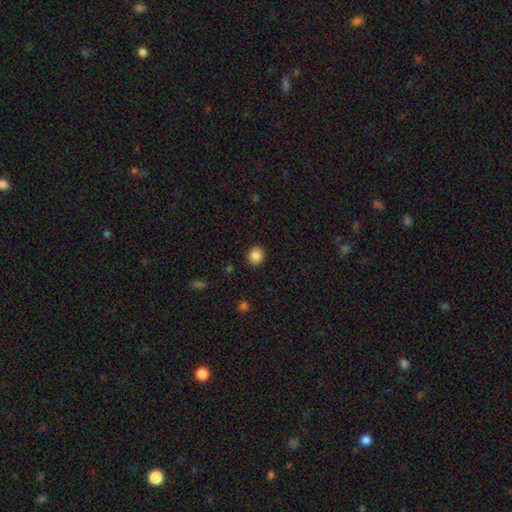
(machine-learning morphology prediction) This is clearly a smooth galaxy (86%). How rounded: clearly round (85%). Merging: clearly none (91%).